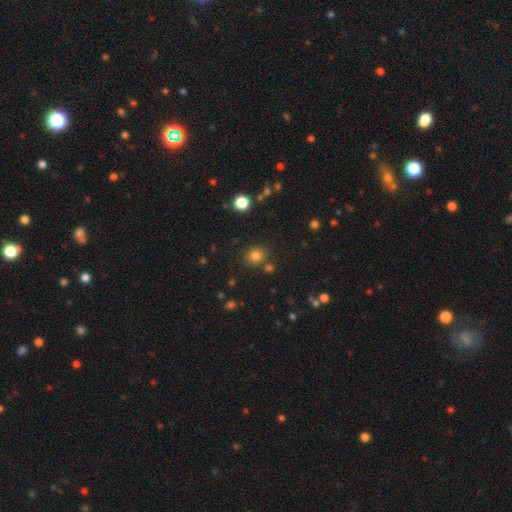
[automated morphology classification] Smooth or featured?
  - smooth: 80% *
  - star or artifact: 15%
  - featured or disk: 6%
How rounded?
  - round: 83% *
  - in between: 16%
  - cigar-shaped: 1%
Merging?
  - none: 81% *
  - minor disturbance: 9%
  - merger: 8%
  - major disturbance: 3%